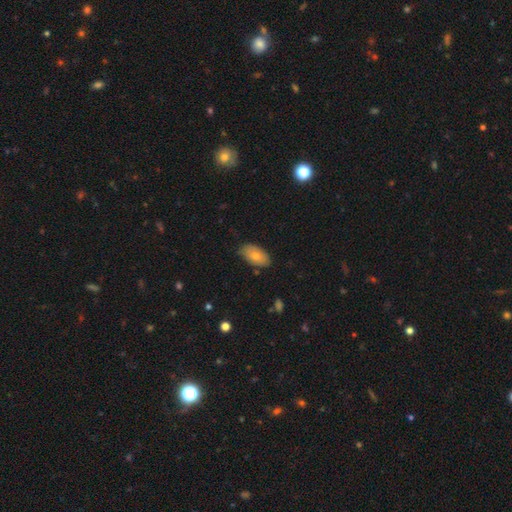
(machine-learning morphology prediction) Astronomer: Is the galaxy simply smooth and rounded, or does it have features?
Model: smooth — 75%.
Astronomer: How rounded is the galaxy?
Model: in between — 94%.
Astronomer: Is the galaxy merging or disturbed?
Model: none — 79%.